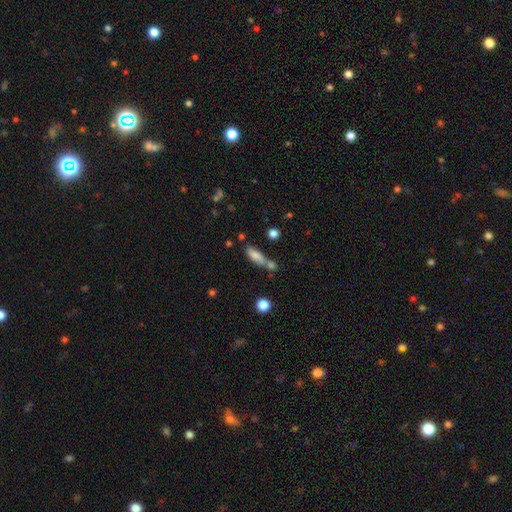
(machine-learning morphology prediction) Smooth or featured?
  - smooth: 79% *
  - featured or disk: 12%
  - star or artifact: 9%
How rounded?
  - in between: 57% *
  - cigar-shaped: 39%
  - round: 4%
Merging?
  - none: 45% *
  - merger: 32%
  - minor disturbance: 16%
  - major disturbance: 6%